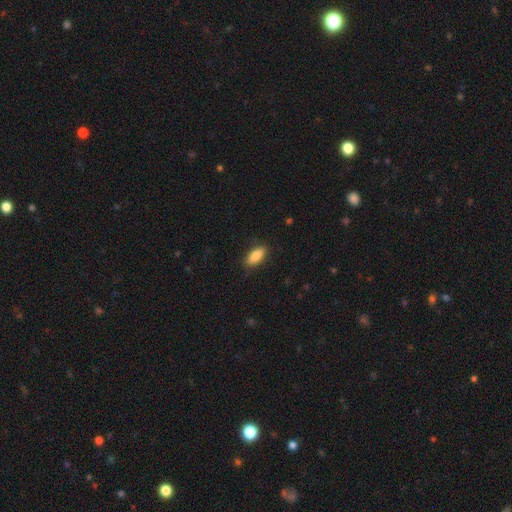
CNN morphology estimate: Overall: smooth (87%). How rounded: in between (83%). Merging: none (85%).